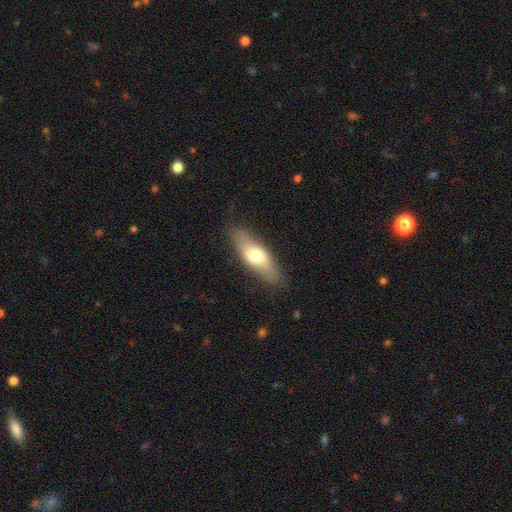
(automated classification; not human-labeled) smooth-or-featured: smooth: 63% | featured or disk: 31% | star or artifact: 6%
  how-rounded: in between: 62% | cigar-shaped: 34% | round: 3%
  merging: none: 82% | minor disturbance: 14% | major disturbance: 3% | merger: 1%